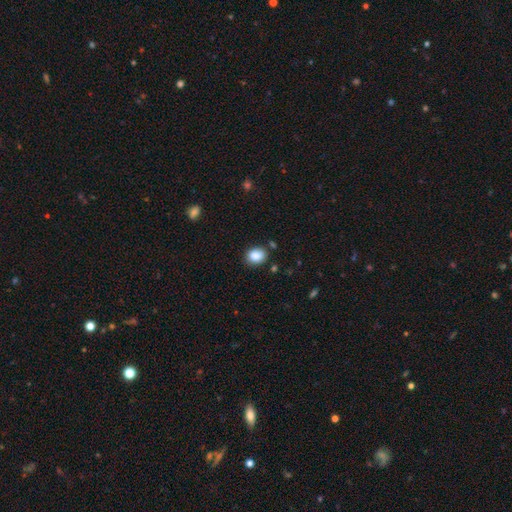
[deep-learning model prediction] This appears to be a smooth galaxy with no disk features (86%) that is in between round and cigar-shaped (53%). Merging: none (82%).